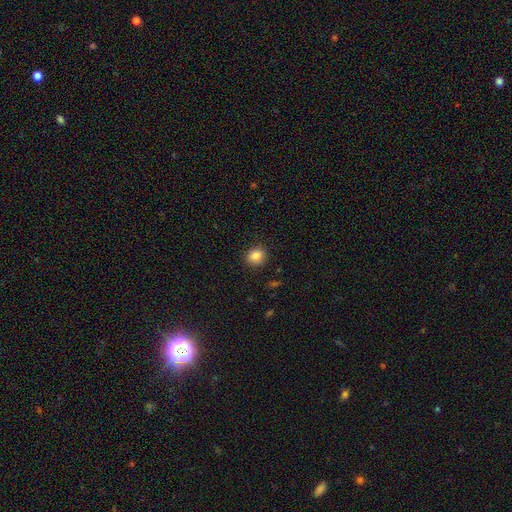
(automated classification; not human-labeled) Smooth or featured? Predicted: smooth (p=0.85). How rounded? Predicted: round (p=0.69). Merging? Predicted: none (p=0.89).